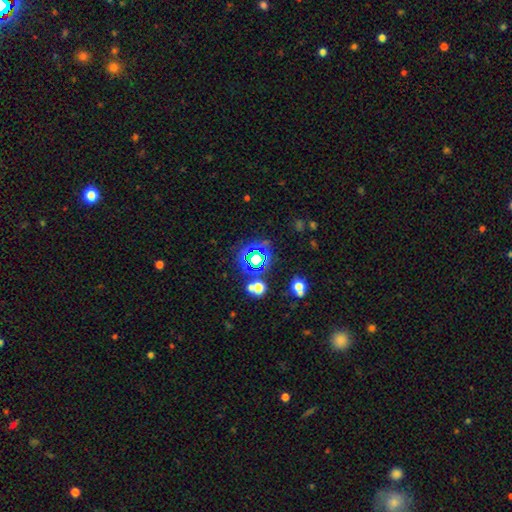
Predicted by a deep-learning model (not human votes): Smooth or featured? Predicted: star or artifact (p=0.67).